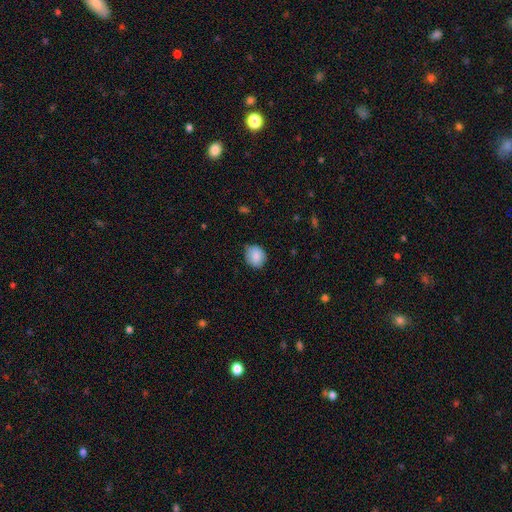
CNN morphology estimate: This is clearly a smooth galaxy (84%). How rounded: likely round (67%). Merging: likely none (79%).